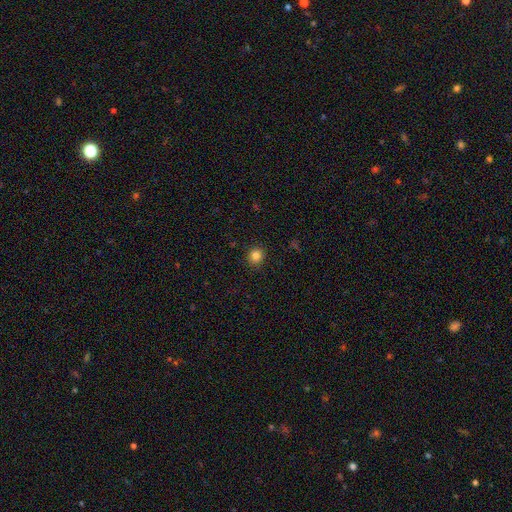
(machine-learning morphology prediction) Smooth or featured? smooth (84%)
How rounded? round (90%)
Merging? none (90%)